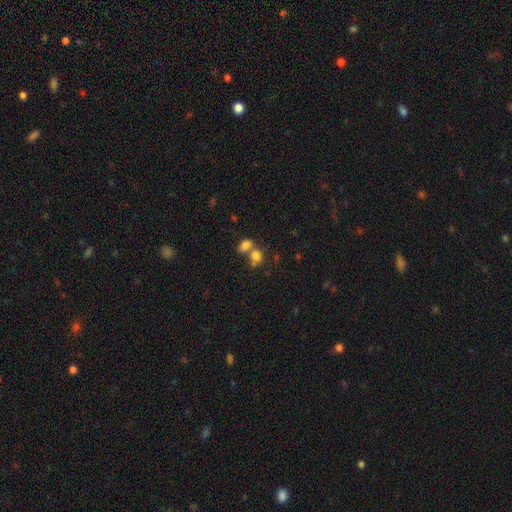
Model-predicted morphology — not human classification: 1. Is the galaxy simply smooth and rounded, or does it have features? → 79% smooth, 12% star or artifact, 9% featured or disk.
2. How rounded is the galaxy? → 50% in between, 49% round, 1% cigar-shaped.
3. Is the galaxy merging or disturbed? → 53% merger, 34% none, 8% minor disturbance, 4% major disturbance.